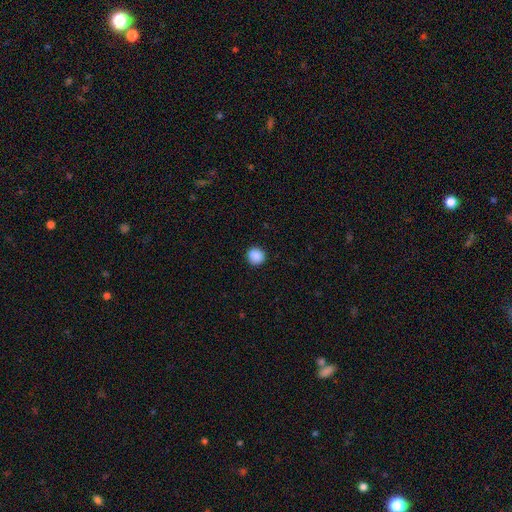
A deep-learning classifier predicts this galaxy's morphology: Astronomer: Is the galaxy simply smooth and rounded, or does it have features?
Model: smooth — 89%.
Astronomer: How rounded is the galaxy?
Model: round — 91%.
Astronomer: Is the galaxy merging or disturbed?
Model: none — 91%.